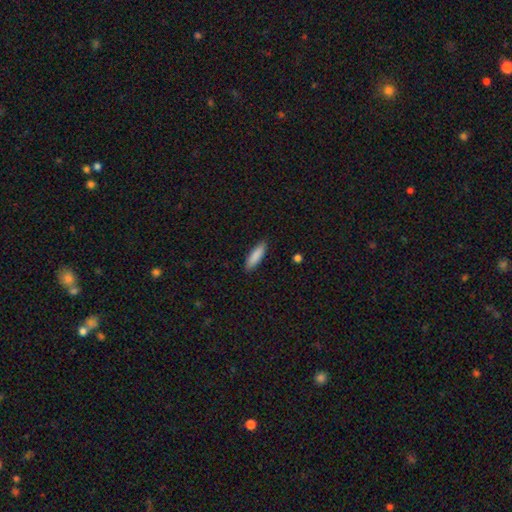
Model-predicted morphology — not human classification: Q: Smooth or featured?
A: smooth (87%); runner-up: featured or disk (7%)
Q: How rounded?
A: cigar-shaped (63%); runner-up: in between (36%)
Q: Merging?
A: none (89%); runner-up: minor disturbance (9%)